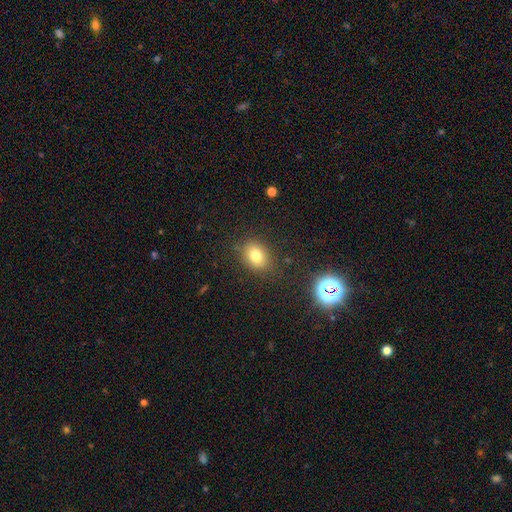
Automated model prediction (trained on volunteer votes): The model was most divided on "how rounded": in between: 56%, round: 43%, cigar-shaped: 1%. More confident: merging — none (82%); smooth or featured — smooth (77%).